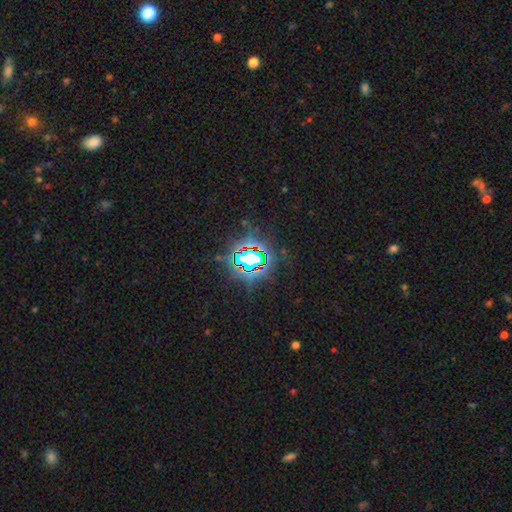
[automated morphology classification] star or artifact 78%, smooth 12%, featured or disk 10%.